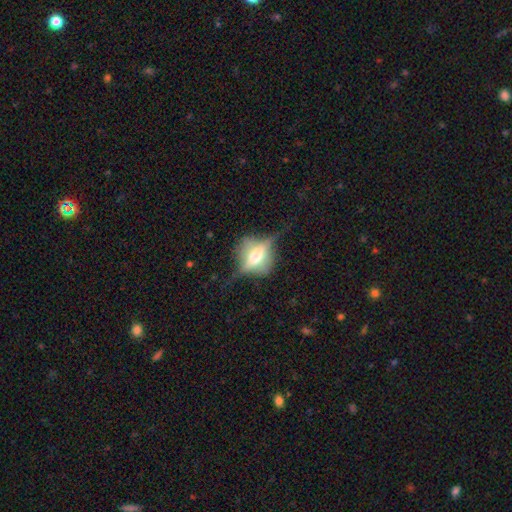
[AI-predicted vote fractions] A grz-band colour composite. It shows a featured or disk galaxy (68%) viewed edge-on (82%) with a rounded central bulge (88%). Merging: none (59%).